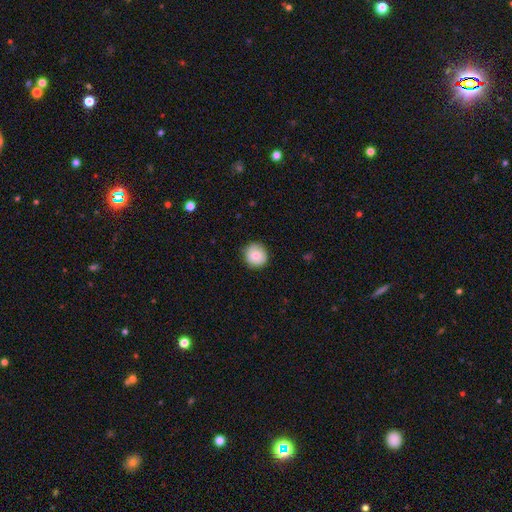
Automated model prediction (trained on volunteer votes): Morphology: type=smooth (82%); roundness=round (90%); merging=none (87%).